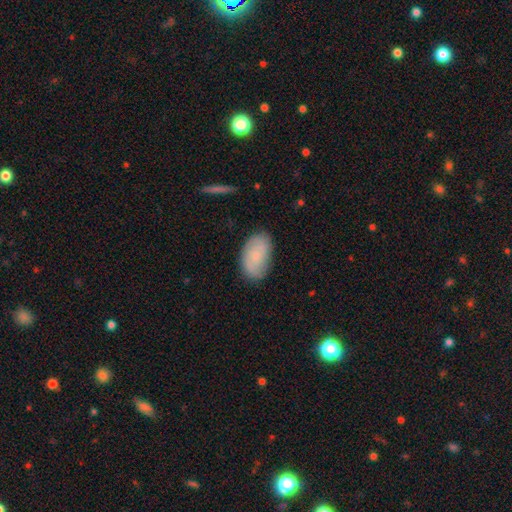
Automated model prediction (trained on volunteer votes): The model was most divided on "smooth or featured": smooth: 57%, featured or disk: 36%, star or artifact: 7%. More confident: how rounded — in between (93%); merging — none (79%).